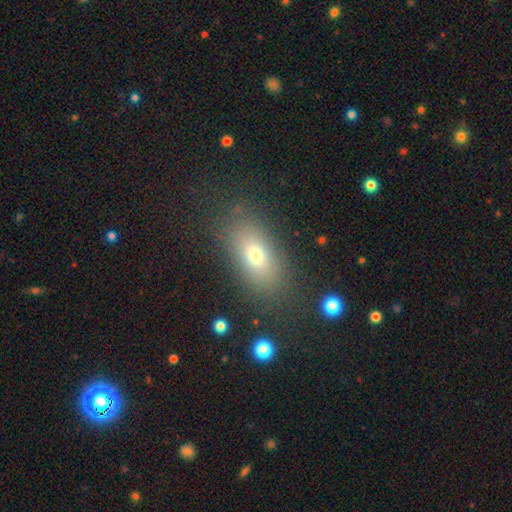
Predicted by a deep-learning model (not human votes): smooth 69%, featured or disk 18%, star or artifact 13%. Down the decision tree: how rounded — in between (81%); merging — none (82%).